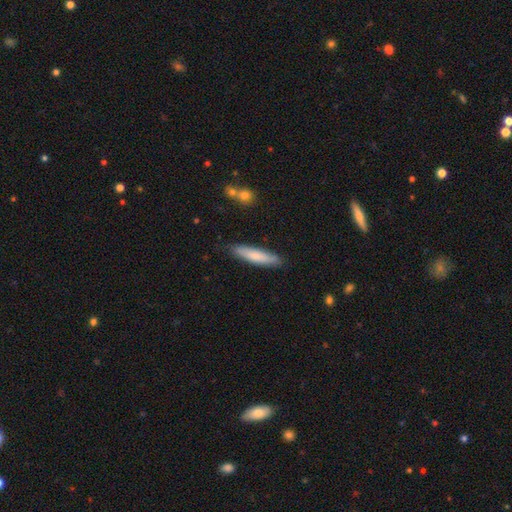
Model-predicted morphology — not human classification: Overall: smooth (74%). How rounded: cigar-shaped (84%). Merging: none (85%).